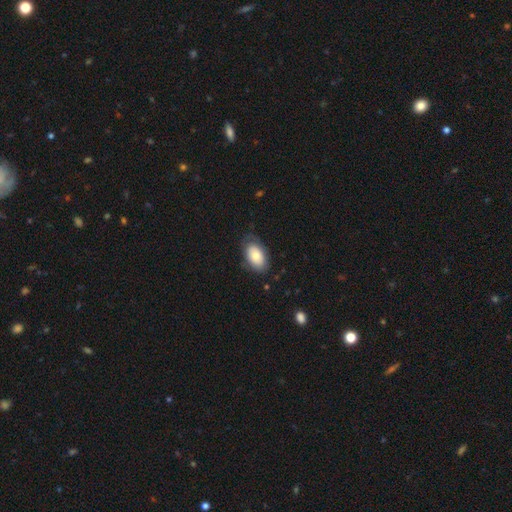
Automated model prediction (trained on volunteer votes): smooth_or_featured: smooth (p=0.71) [alt: featured or disk p=0.22]
how_rounded: in between (p=0.93) [alt: round p=0.06]
merging: none (p=0.71) [alt: minor disturbance p=0.21]